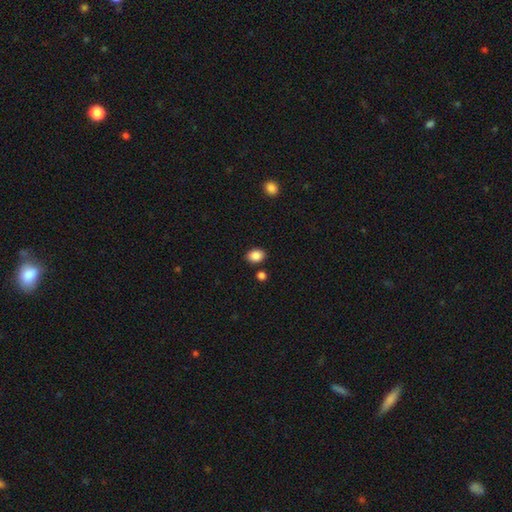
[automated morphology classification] Overall: smooth (87%). How rounded: in between (70%). Merging: none (84%).